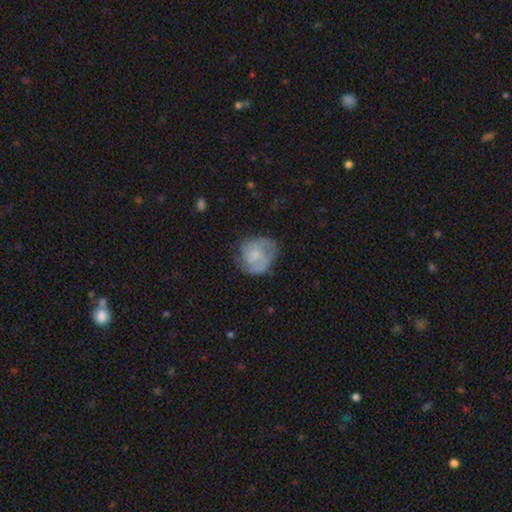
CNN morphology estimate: This is possibly a featured or disk galaxy (54%). It is clearly not viewed edge-on (98%). Bar: likely no (65%). Spiral arm pattern: clearly yes (81%). Central bulge: marginally small (40%). Merging: possibly none (59%).